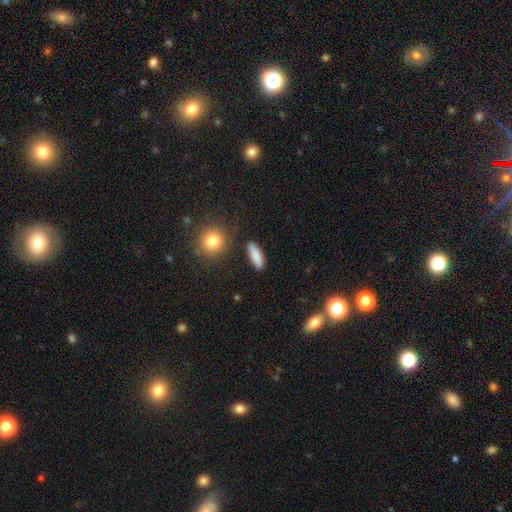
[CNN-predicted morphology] Smooth or featured? Predicted: smooth (p=0.85). How rounded? Predicted: cigar-shaped (p=0.55). Merging? Predicted: none (p=0.86).